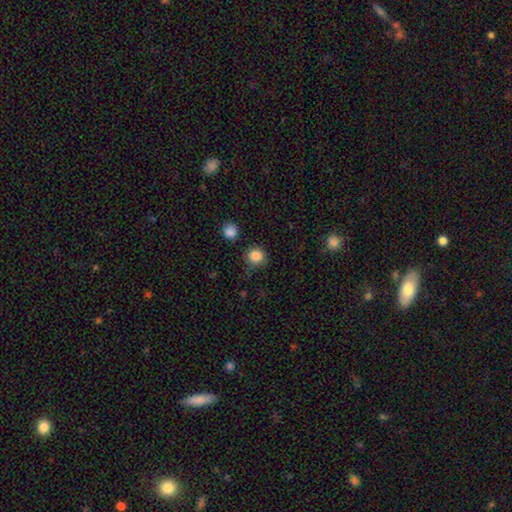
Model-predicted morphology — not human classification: Smooth or featured: smooth — 85% (star or artifact — 11%)
How rounded: round — 91% (in between — 8%)
Merging: none — 80% (minor disturbance — 13%)